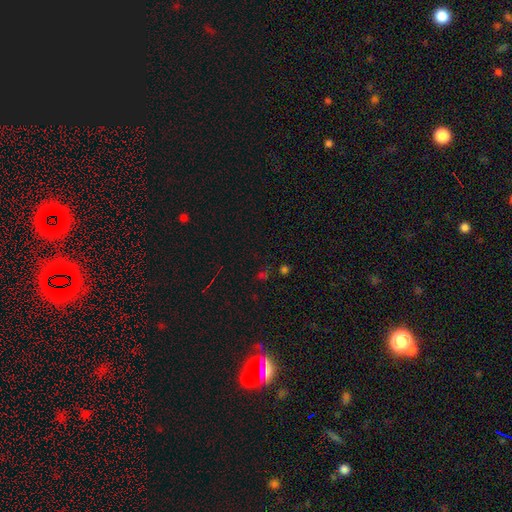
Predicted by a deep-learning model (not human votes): Smooth or featured? Predicted: star or artifact (p=0.63).